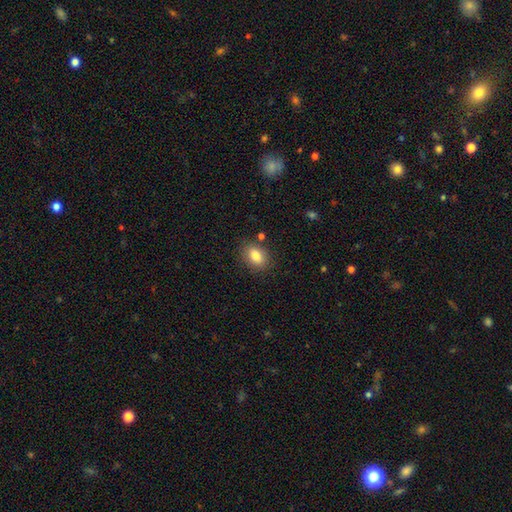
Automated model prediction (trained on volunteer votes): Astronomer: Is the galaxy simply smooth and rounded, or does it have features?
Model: smooth — 83%.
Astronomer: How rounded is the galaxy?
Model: in between — 76%.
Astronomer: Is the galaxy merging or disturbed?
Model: none — 83%.